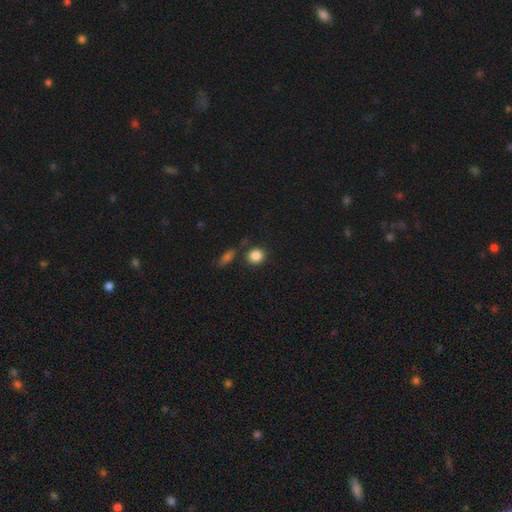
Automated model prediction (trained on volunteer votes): A smooth galaxy with no disk features (86%) that is round (81%).

Vote fractions:
- Smooth or featured? smooth: 86% / star or artifact: 9% / featured or disk: 5%
- How rounded? round: 81% / in between: 17% / cigar-shaped: 1%
- Merging? none: 79% / minor disturbance: 10% / merger: 9% / major disturbance: 3%